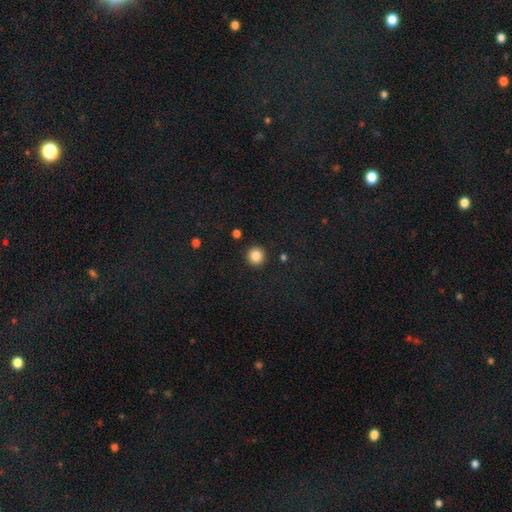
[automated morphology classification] Smooth or featured?
  - smooth: 86% *
  - star or artifact: 10%
  - featured or disk: 4%
How rounded?
  - round: 94% *
  - in between: 5%
  - cigar-shaped: 1%
Merging?
  - none: 92% *
  - minor disturbance: 5%
  - major disturbance: 2%
  - merger: 1%